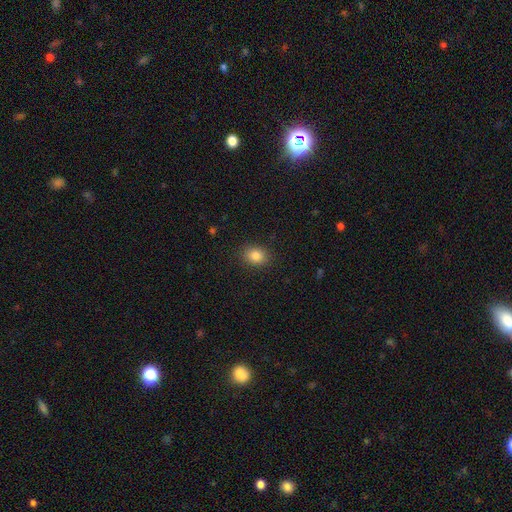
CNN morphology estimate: Smooth or featured? smooth (84%)
How rounded? in between (53%)
Merging? none (88%)